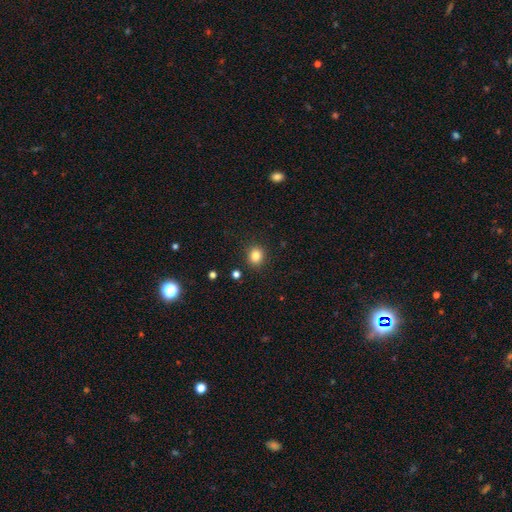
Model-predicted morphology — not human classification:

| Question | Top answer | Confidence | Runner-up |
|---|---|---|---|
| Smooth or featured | smooth | 83% | star or artifact (12%) |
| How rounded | round | 82% | in between (17%) |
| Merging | none | 89% | minor disturbance (7%) |